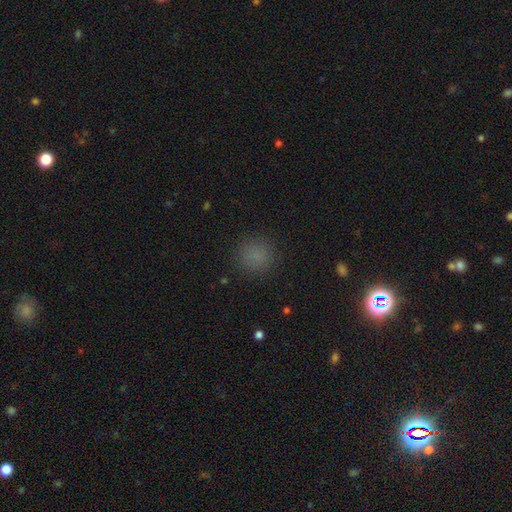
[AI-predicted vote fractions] Smooth or featured?
  - smooth: 79% *
  - star or artifact: 17%
  - featured or disk: 5%
How rounded?
  - round: 91% *
  - in between: 8%
  - cigar-shaped: 1%
Merging?
  - none: 87% *
  - minor disturbance: 8%
  - major disturbance: 3%
  - merger: 1%